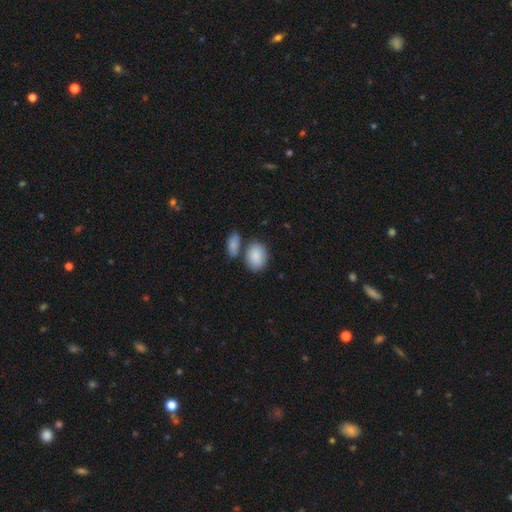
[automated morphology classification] smooth_or_featured: smooth (p=0.88) [alt: featured or disk p=0.06]
how_rounded: in between (p=0.78) [alt: round p=0.20]
merging: none (p=0.55) [alt: merger p=0.25]